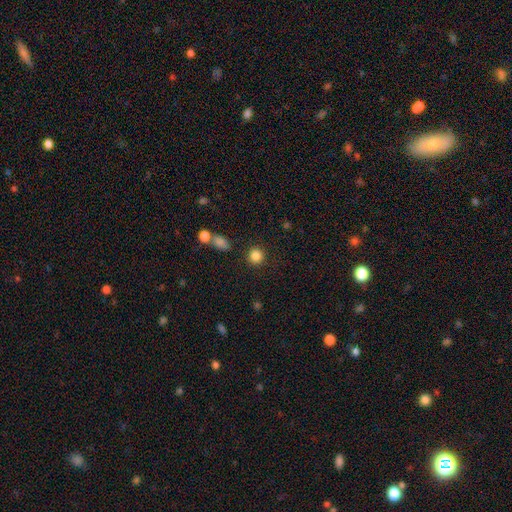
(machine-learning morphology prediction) A smooth galaxy with no disk features (86%) that is round (92%). Merging: none (87%).